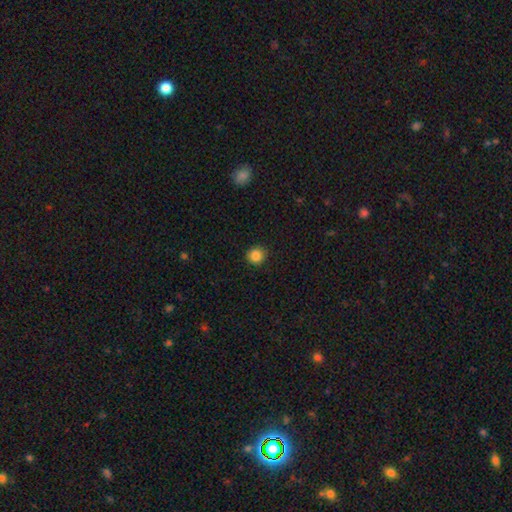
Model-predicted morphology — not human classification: Smooth or featured?
  - smooth: 86% *
  - star or artifact: 10%
  - featured or disk: 3%
How rounded?
  - round: 91% *
  - in between: 8%
  - cigar-shaped: 1%
Merging?
  - none: 91% *
  - minor disturbance: 6%
  - major disturbance: 2%
  - merger: 1%